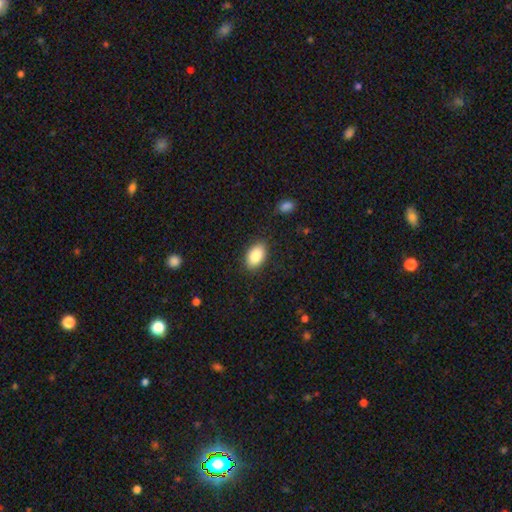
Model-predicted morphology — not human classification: Q: Smooth or featured?
A: smooth (86%); runner-up: star or artifact (7%)
Q: How rounded?
A: in between (91%); runner-up: round (8%)
Q: Merging?
A: none (86%); runner-up: minor disturbance (10%)